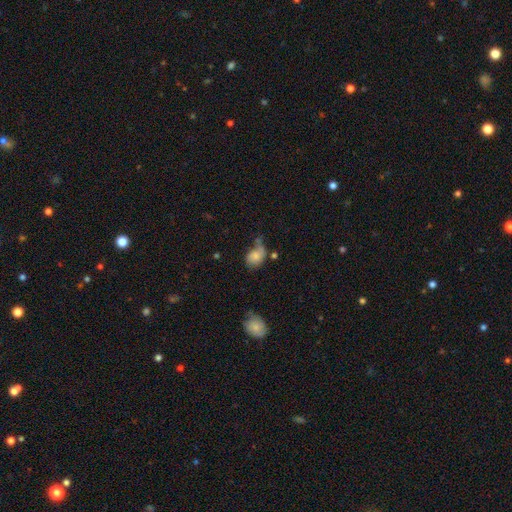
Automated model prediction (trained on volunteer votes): A smooth galaxy with no disk features (73%) that is in between round and cigar-shaped (63%).

Vote fractions:
- Smooth or featured? smooth: 73% / featured or disk: 17% / star or artifact: 10%
- How rounded? in between: 63% / round: 36% / cigar-shaped: 1%
- Merging? none: 40% / minor disturbance: 29% / merger: 16% / major disturbance: 15%